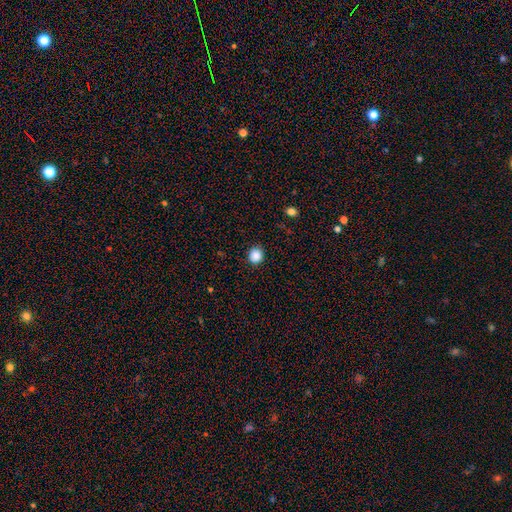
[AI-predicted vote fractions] Smooth or featured?
  - smooth: 87% *
  - star or artifact: 10%
  - featured or disk: 3%
How rounded?
  - round: 83% *
  - in between: 16%
  - cigar-shaped: 1%
Merging?
  - none: 90% *
  - minor disturbance: 7%
  - major disturbance: 2%
  - merger: 1%